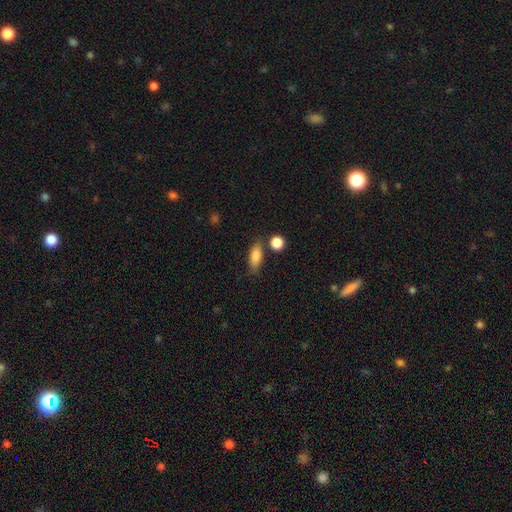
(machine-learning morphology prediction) A smooth galaxy with no disk features (85%) that is in between round and cigar-shaped (76%). Merging: none (72%).